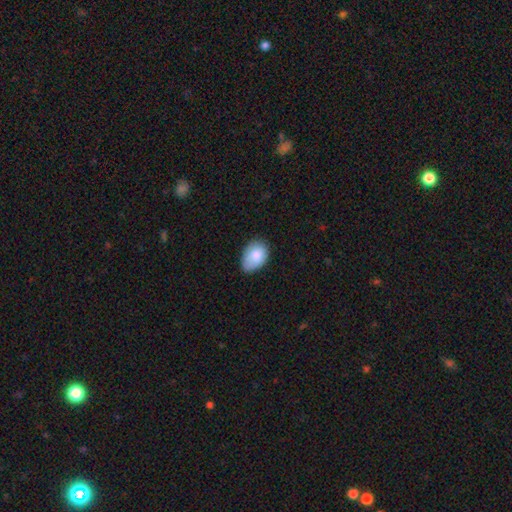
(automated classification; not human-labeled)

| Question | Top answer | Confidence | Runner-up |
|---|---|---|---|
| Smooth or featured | smooth | 84% | featured or disk (9%) |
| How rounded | in between | 84% | round (15%) |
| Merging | none | 61% | minor disturbance (32%) |